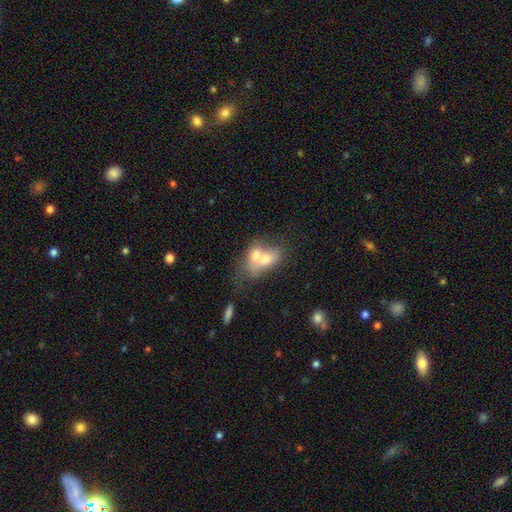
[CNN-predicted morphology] smooth 62%, featured or disk 30%, star or artifact 8%. Down the decision tree: how rounded — in between (74%); merging — merger (75%).